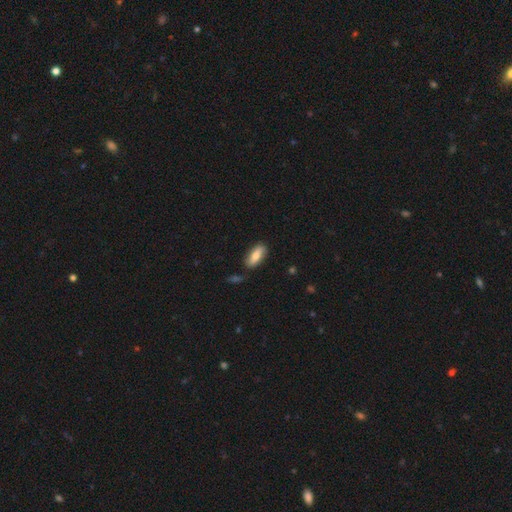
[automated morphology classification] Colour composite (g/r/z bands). It shows a smooth galaxy with no disk features (75%) that is in between round and cigar-shaped (77%). Merging: none (80%).